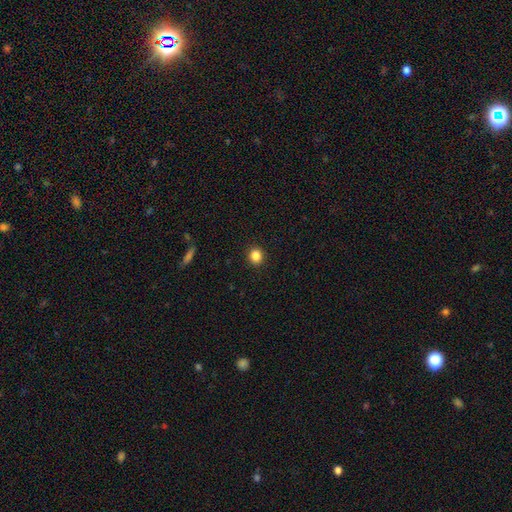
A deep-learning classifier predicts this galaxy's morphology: This appears to be a smooth galaxy with no disk features (85%) that is round (84%). Merging: none (92%).